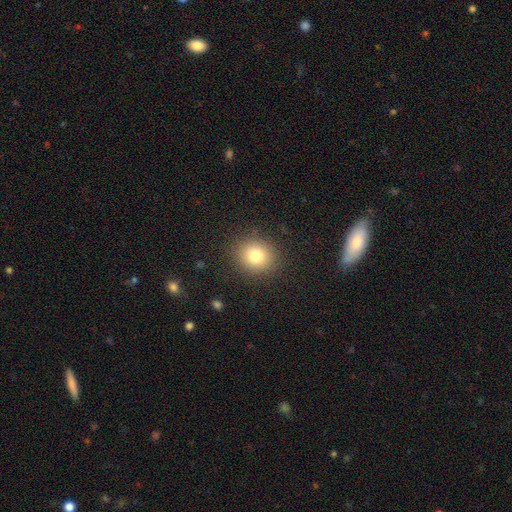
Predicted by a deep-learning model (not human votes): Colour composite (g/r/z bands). It shows a smooth galaxy with no disk features (79%) that is round (83%). Merging: none (89%).